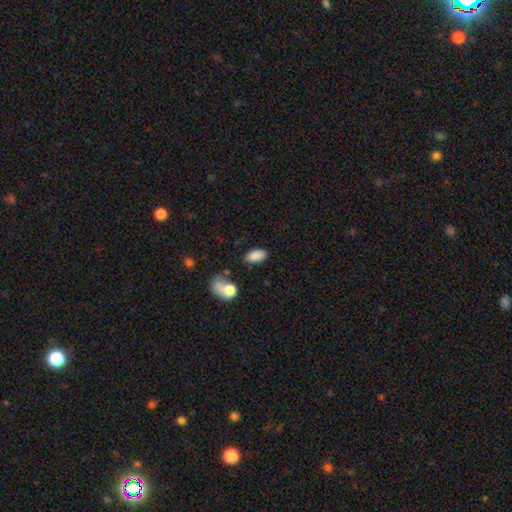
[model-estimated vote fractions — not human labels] A smooth galaxy with no disk features (86%) that is in between round and cigar-shaped (93%).

Vote fractions:
- Smooth or featured? smooth: 86% / star or artifact: 9% / featured or disk: 6%
- How rounded? in between: 93% / round: 5% / cigar-shaped: 2%
- Merging? none: 79% / minor disturbance: 13% / merger: 4% / major disturbance: 4%